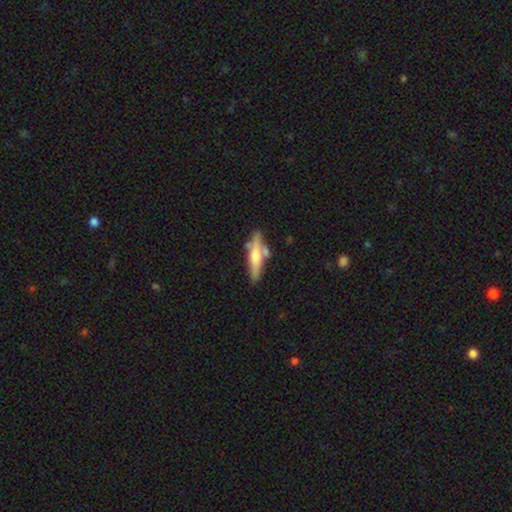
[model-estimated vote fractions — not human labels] This is possibly a featured or disk galaxy (50%). It is clearly viewed edge-on (92%). Merging: likely none (70%).